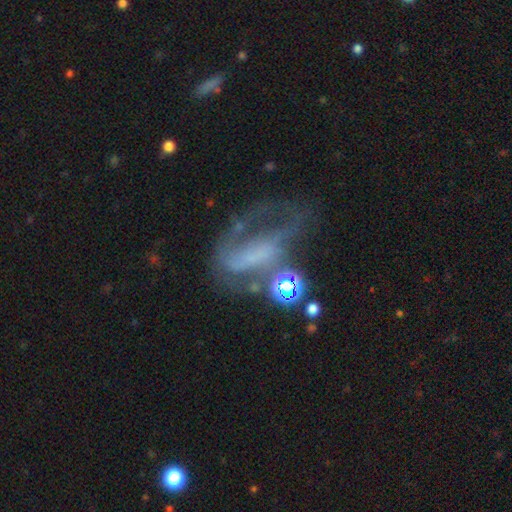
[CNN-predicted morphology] A featured or disk galaxy (64%) with no bar (45%), spiral arms (62%) and no central bulge (56%).

Vote fractions:
- Smooth or featured? featured or disk: 64% / smooth: 20% / star or artifact: 16%
- Edge-on disk? no: 95% / yes: 5%
- Bar? no: 45% / weak: 29% / strong: 25%
- Spiral arms? yes: 62% / no: 38%
- Bulge size? none: 56% / small: 25% / moderate: 12% / large: 5% / dominant: 2%
- Merging? major disturbance: 44% / none: 28% / minor disturbance: 17% / merger: 11%